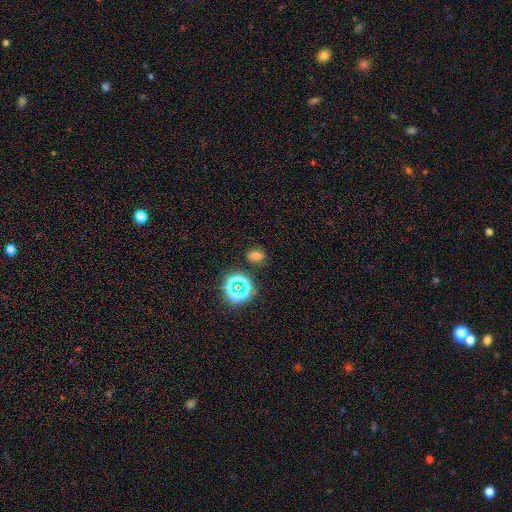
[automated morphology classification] Smooth or featured?
  - smooth: 64% *
  - star or artifact: 28%
  - featured or disk: 8%
How rounded?
  - in between: 60% *
  - round: 39%
  - cigar-shaped: 1%
Merging?
  - none: 81% *
  - minor disturbance: 12%
  - major disturbance: 4%
  - merger: 3%